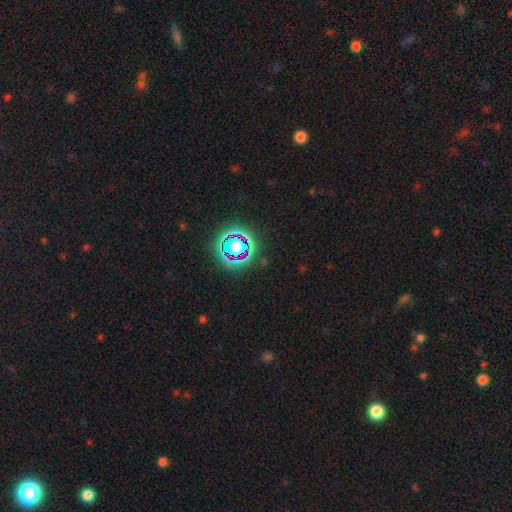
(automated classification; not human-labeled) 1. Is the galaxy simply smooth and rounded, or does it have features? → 79% star or artifact, 13% smooth, 9% featured or disk.